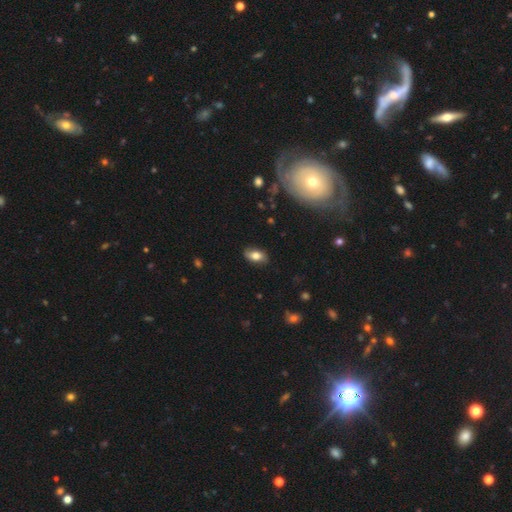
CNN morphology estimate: Smooth or featured: smooth — 69% (featured or disk — 23%)
How rounded: in between — 89% (round — 7%)
Merging: none — 80% (minor disturbance — 16%)